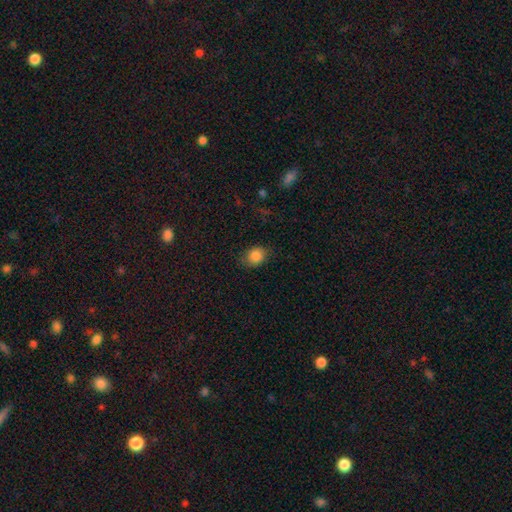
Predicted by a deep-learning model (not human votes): Q: Smooth or featured?
A: smooth (85%); runner-up: star or artifact (9%)
Q: How rounded?
A: round (53%); runner-up: in between (46%)
Q: Merging?
A: none (78%); runner-up: minor disturbance (17%)